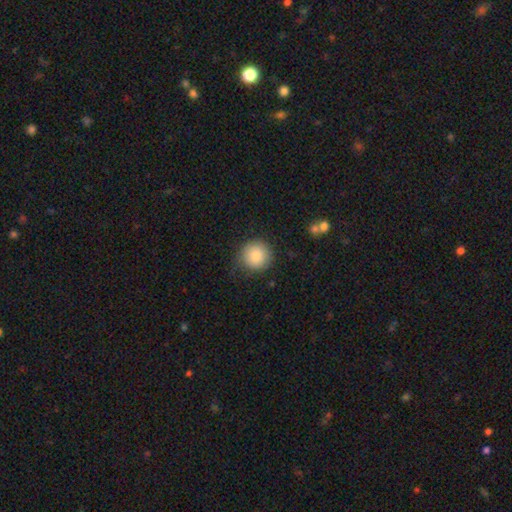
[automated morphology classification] smooth-or-featured: smooth: 84% | star or artifact: 8% | featured or disk: 7%
  how-rounded: round: 94% | in between: 5% | cigar-shaped: 1%
  merging: none: 81% | minor disturbance: 14% | major disturbance: 4% | merger: 1%